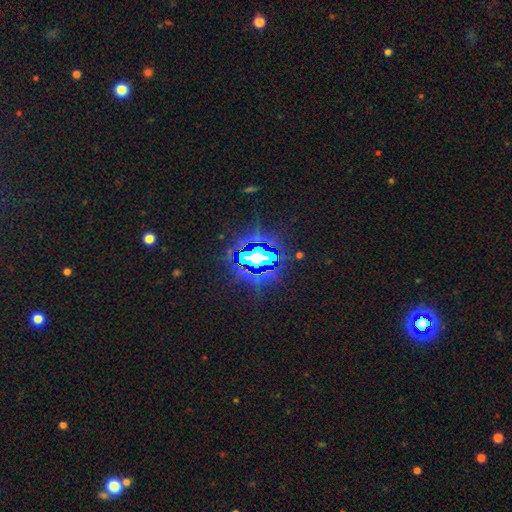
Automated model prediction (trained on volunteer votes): This appears to be a star or artifact, not a galaxy (75%).